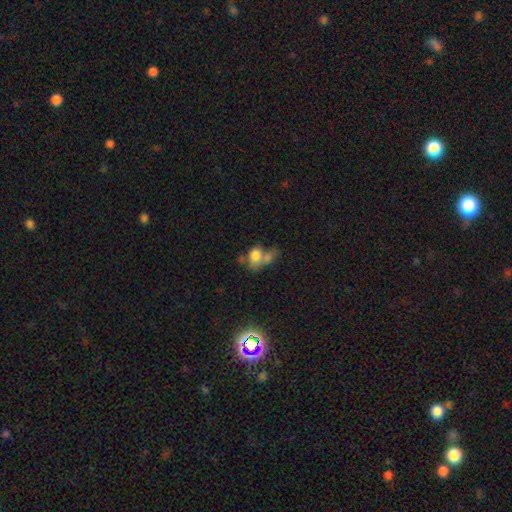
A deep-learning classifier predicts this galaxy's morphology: A smooth galaxy with no disk features (71%) that is in between round and cigar-shaped (56%). Merging: merger (52%).